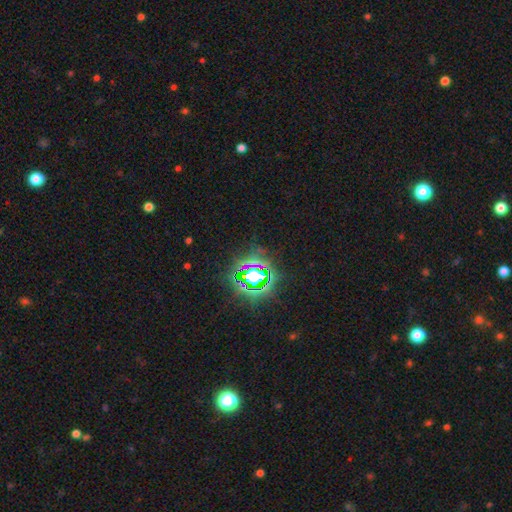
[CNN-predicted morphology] Overall: star or artifact (81%).